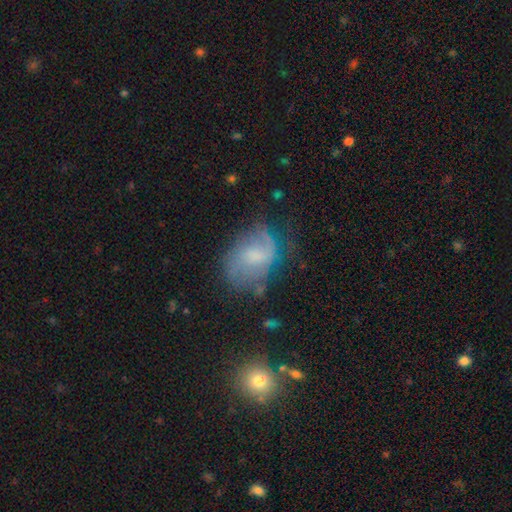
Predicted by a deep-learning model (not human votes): featured or disk 54%, smooth 36%, star or artifact 10%. Down the decision tree: edge-on disk — no (97%); bar — no (49%); spiral arms — yes (77%); bulge size — moderate (33%, tied with small); merging — none (50%).